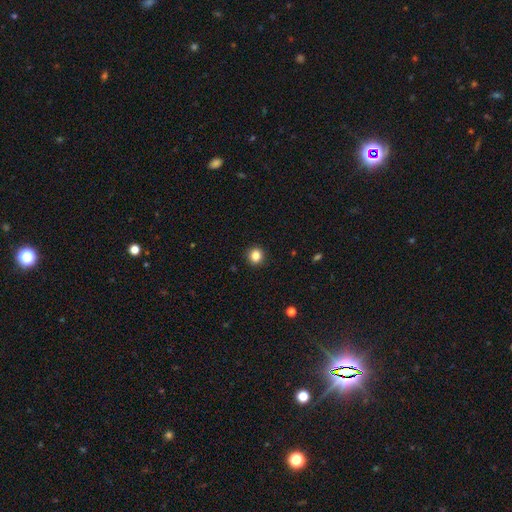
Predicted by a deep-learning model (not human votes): A smooth galaxy with no disk features (84%) that is round (90%).

Vote fractions:
- Smooth or featured? smooth: 84% / star or artifact: 11% / featured or disk: 4%
- How rounded? round: 90% / in between: 9% / cigar-shaped: 1%
- Merging? none: 92% / minor disturbance: 5% / major disturbance: 2% / merger: 1%